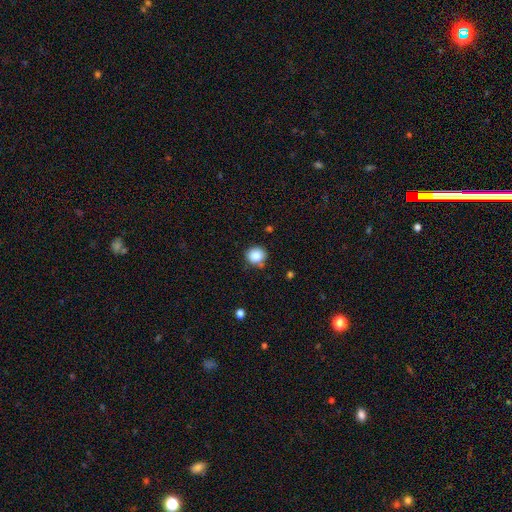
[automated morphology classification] Smooth or featured: smooth — 86% (star or artifact — 10%)
How rounded: round — 89% (in between — 10%)
Merging: none — 80% (minor disturbance — 13%)